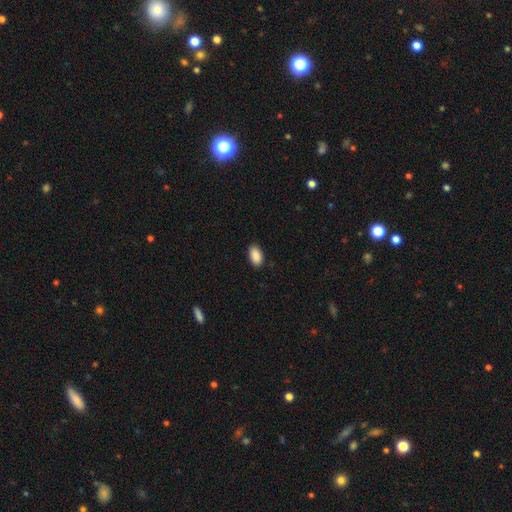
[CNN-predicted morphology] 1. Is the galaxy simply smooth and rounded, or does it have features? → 90% smooth, 7% star or artifact, 3% featured or disk.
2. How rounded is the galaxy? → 94% in between, 5% round, 2% cigar-shaped.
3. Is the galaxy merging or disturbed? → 88% none, 9% minor disturbance, 2% major disturbance, 1% merger.